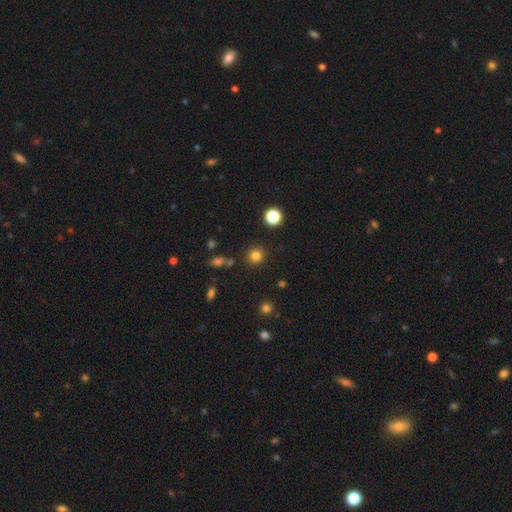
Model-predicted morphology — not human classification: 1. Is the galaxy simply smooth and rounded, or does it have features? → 81% smooth, 14% star or artifact, 5% featured or disk.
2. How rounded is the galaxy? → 93% round, 6% in between, 1% cigar-shaped.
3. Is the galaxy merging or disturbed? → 87% none, 7% minor disturbance, 3% merger, 3% major disturbance.